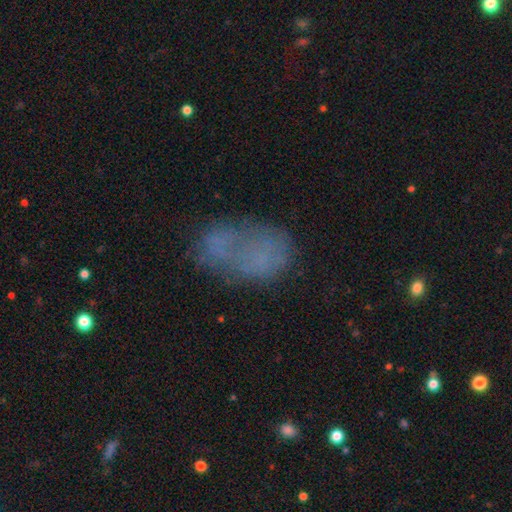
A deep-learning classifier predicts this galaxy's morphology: type=smooth (53%); roundness=in between (90%); merging=none (46%).